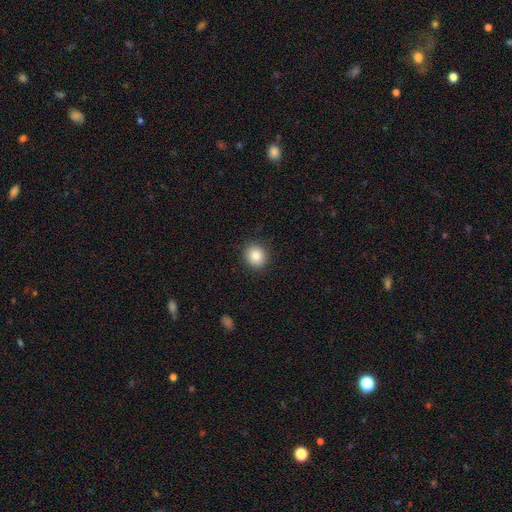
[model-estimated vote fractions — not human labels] A smooth galaxy with no disk features (83%) that is round (84%).

Vote fractions:
- Smooth or featured? smooth: 83% / star or artifact: 10% / featured or disk: 7%
- How rounded? round: 84% / in between: 15% / cigar-shaped: 1%
- Merging? none: 91% / minor disturbance: 6% / major disturbance: 2% / merger: 1%